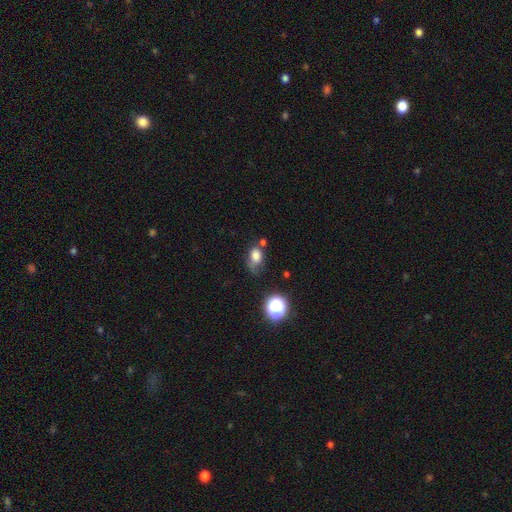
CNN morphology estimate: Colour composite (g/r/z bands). It shows a smooth galaxy with no disk features (77%) that is in between round and cigar-shaped (69%). Merging: none (41%).